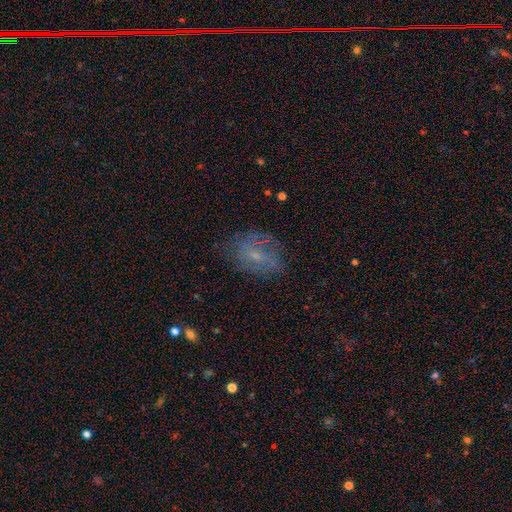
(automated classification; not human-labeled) smooth_or_featured: smooth (p=0.45) [alt: featured or disk p=0.43]
merging: none (p=0.61) [alt: minor disturbance p=0.24]